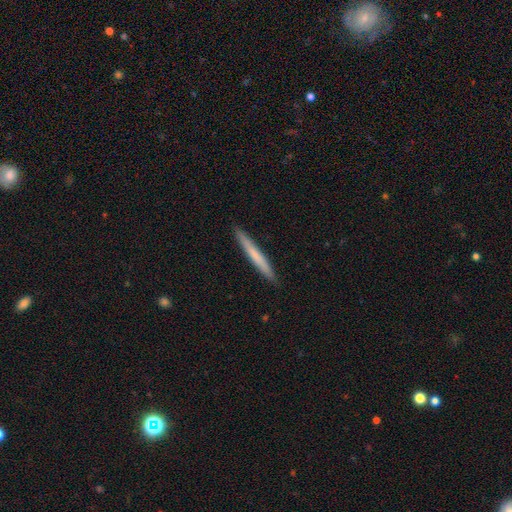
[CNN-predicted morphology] type=smooth (64%); roundness=cigar-shaped (97%); merging=none (92%).